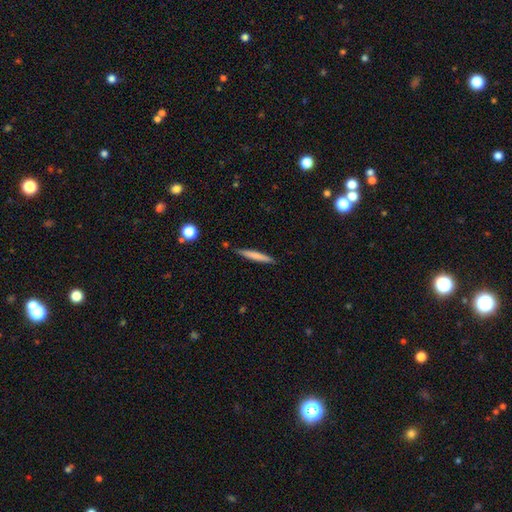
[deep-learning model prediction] Smooth or featured? smooth (69%)
How rounded? cigar-shaped (95%)
Merging? none (86%)